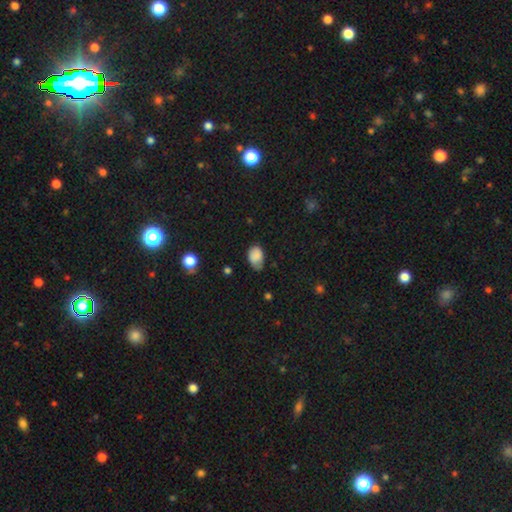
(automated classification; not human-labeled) This is clearly a smooth galaxy (85%). How rounded: clearly in between (83%). Merging: possibly none (51%).